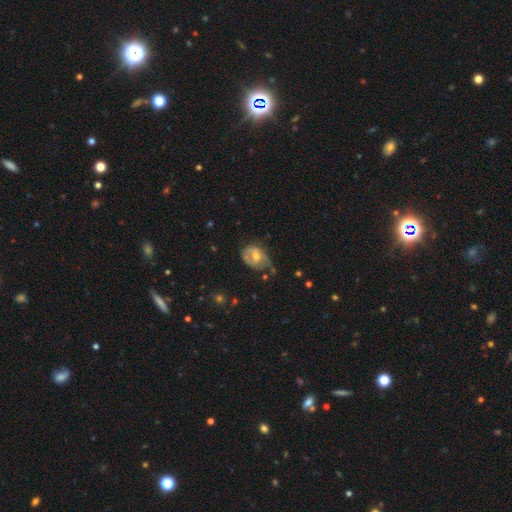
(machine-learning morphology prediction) This is possibly a featured or disk galaxy (48%). Merging: marginally none (39%).